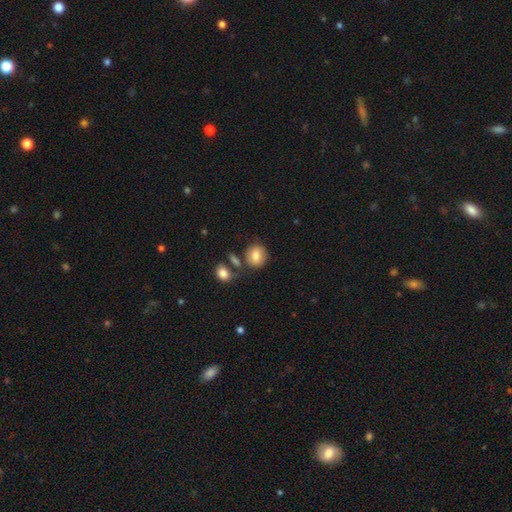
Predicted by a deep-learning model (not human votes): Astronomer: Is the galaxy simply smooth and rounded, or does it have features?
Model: smooth — 80%.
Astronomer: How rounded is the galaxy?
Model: round — 75%.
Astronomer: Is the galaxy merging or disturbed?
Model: none — 65%.